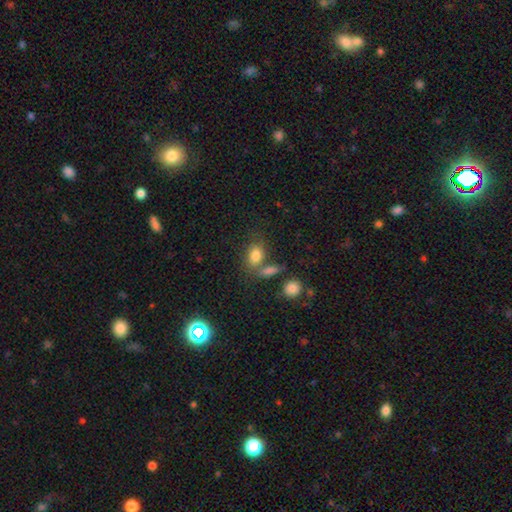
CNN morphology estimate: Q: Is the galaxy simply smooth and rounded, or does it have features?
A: smooth — 81%.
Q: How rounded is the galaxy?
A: in between — 78%.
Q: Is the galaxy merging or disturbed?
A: none — 50%.